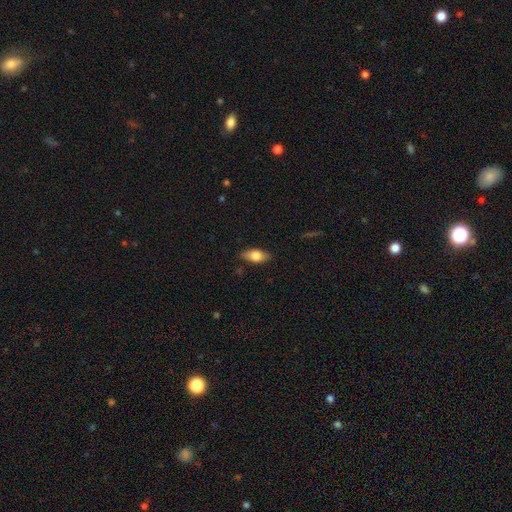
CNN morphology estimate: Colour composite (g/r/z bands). It shows a smooth galaxy with no disk features (75%) that is in between round and cigar-shaped (85%). Merging: none (85%).